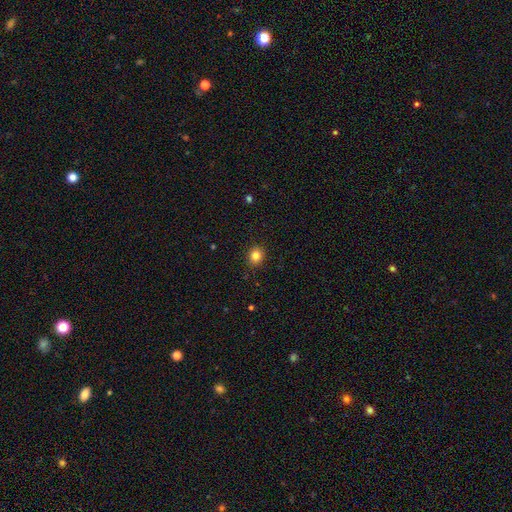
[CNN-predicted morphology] smooth-or-featured: smooth: 82% | star or artifact: 12% | featured or disk: 6%
  how-rounded: round: 80% | in between: 19% | cigar-shaped: 1%
  merging: none: 91% | minor disturbance: 6% | major disturbance: 2% | merger: 1%